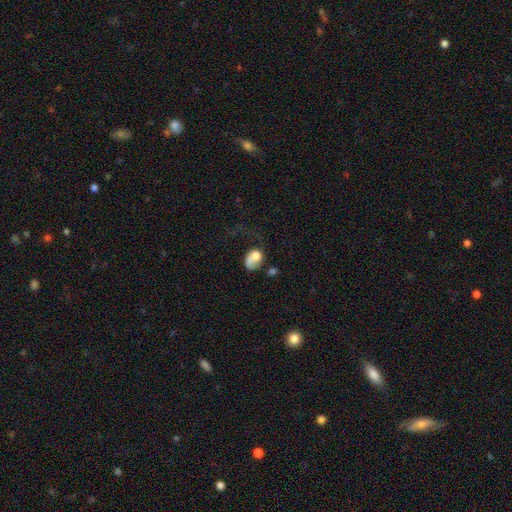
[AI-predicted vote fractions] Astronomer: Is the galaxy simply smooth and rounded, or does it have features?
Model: smooth — 58%.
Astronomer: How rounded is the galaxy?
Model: in between — 62%.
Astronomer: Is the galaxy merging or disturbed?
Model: major disturbance — 44% (runner-up: none, 24%).